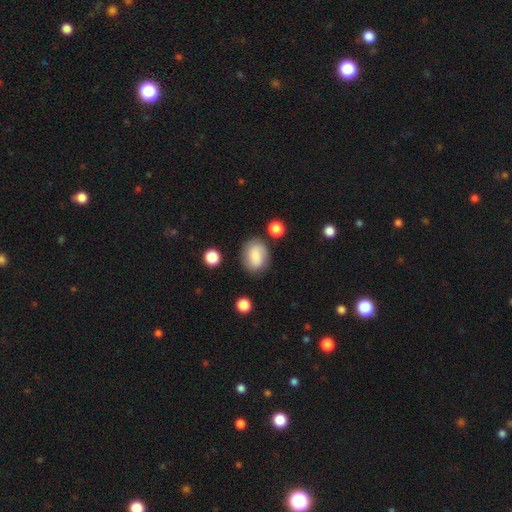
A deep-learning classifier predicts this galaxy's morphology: smooth 77%, featured or disk 14%, star or artifact 8%. Down the decision tree: how rounded — in between (65%); merging — none (76%).